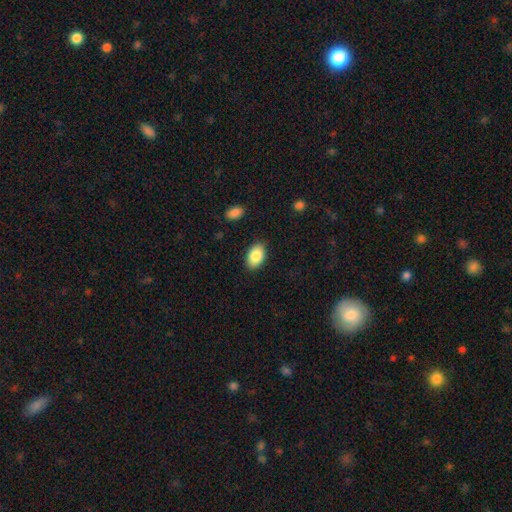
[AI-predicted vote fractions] smooth-or-featured: smooth: 87% | star or artifact: 7% | featured or disk: 7%
  how-rounded: in between: 92% | round: 7% | cigar-shaped: 1%
  merging: none: 87% | minor disturbance: 10% | major disturbance: 2% | merger: 1%